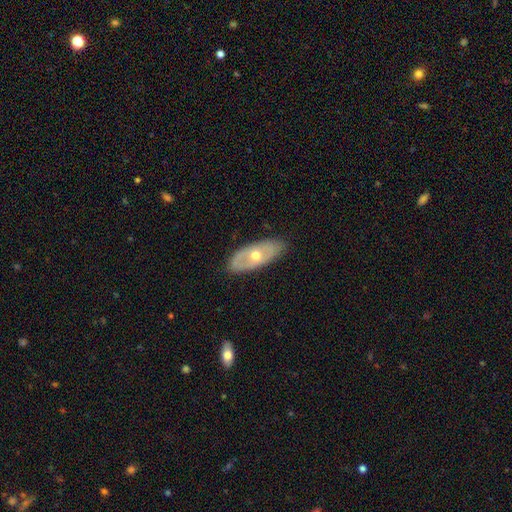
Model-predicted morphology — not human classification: Smooth or featured: featured or disk — 54% (smooth — 40%)
Edge-on disk: no — 77% (yes — 23%)
Merging: none — 84% (minor disturbance — 12%)